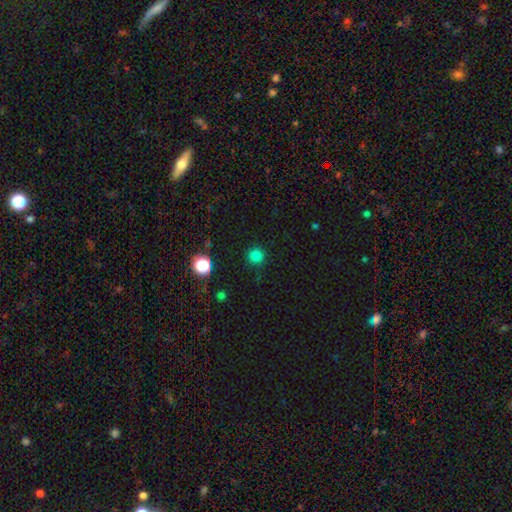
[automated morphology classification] A smooth galaxy with no disk features (79%) that is round (95%). Merging: none (89%).